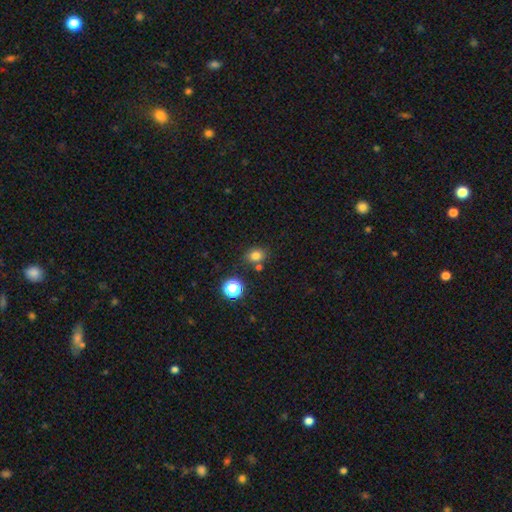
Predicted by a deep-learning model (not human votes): A smooth galaxy with no disk features (77%) that is round (55%). Merging: none (73%).